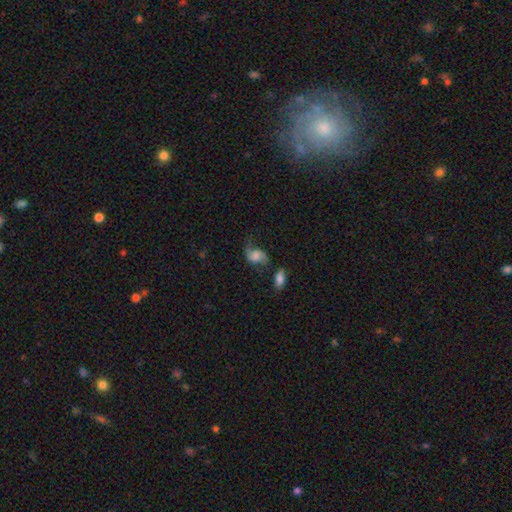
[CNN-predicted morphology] featured or disk 62%, smooth 29%, star or artifact 9%. Down the decision tree: edge-on disk — no (97%); bar — no (60%); spiral arms — yes (91%); spiral arm count — 2 (76%); spiral winding — loose (70%); bulge size — moderate (29%); merging — none (46%).